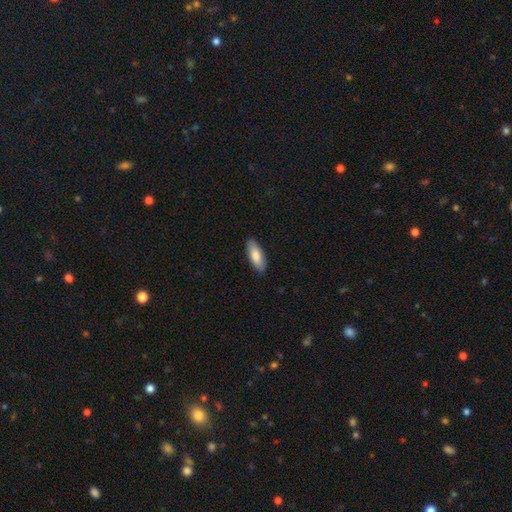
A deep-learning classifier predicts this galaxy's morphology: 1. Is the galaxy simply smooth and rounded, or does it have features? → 84% smooth, 11% featured or disk, 5% star or artifact.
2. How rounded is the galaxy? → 73% in between, 25% cigar-shaped, 2% round.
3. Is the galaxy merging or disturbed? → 88% none, 9% minor disturbance, 2% major disturbance, 1% merger.